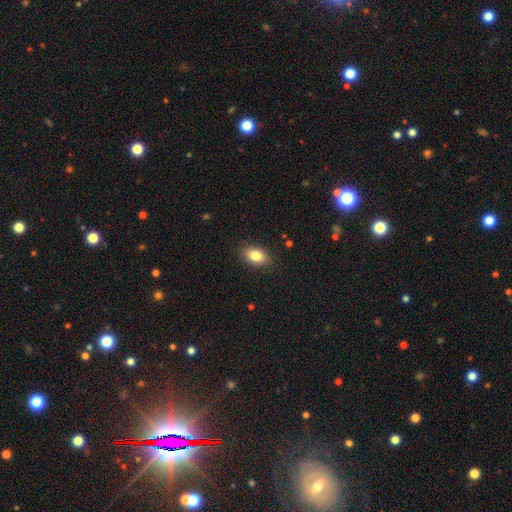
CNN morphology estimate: Q: Smooth or featured?
A: smooth (83%); runner-up: featured or disk (8%)
Q: How rounded?
A: in between (87%); runner-up: round (11%)
Q: Merging?
A: none (87%); runner-up: minor disturbance (9%)